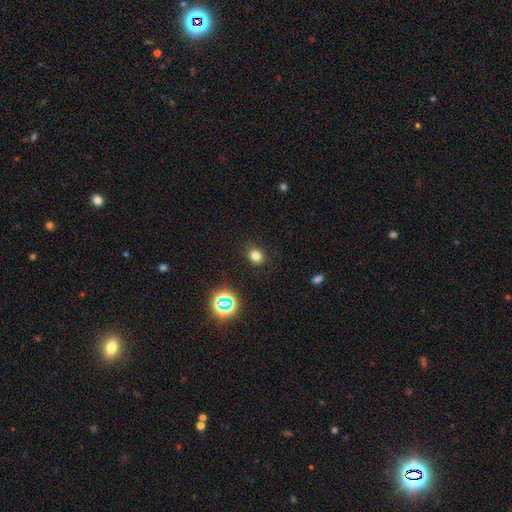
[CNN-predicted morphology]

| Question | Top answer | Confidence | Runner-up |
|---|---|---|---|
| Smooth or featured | smooth | 77% | star or artifact (17%) |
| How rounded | round | 53% | in between (46%) |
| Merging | none | 87% | minor disturbance (9%) |